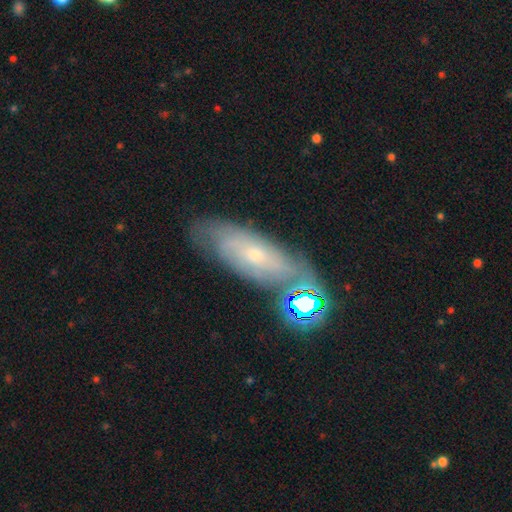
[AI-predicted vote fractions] This is likely a featured or disk galaxy (62%). It is clearly not viewed edge-on (83%). Bar: likely no (75%). Spiral arm pattern: likely yes (79%). Central bulge: likely small (75%). Merging: likely none (72%).